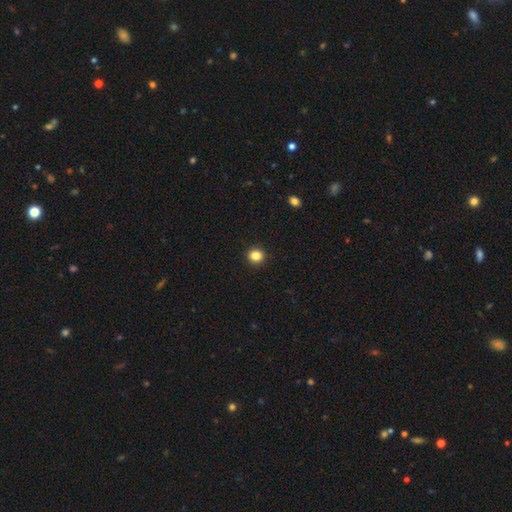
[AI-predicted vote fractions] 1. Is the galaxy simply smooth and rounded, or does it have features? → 85% smooth, 11% star or artifact, 4% featured or disk.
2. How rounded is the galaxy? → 91% round, 8% in between, 1% cigar-shaped.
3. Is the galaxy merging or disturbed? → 94% none, 4% minor disturbance, 1% major disturbance, 1% merger.